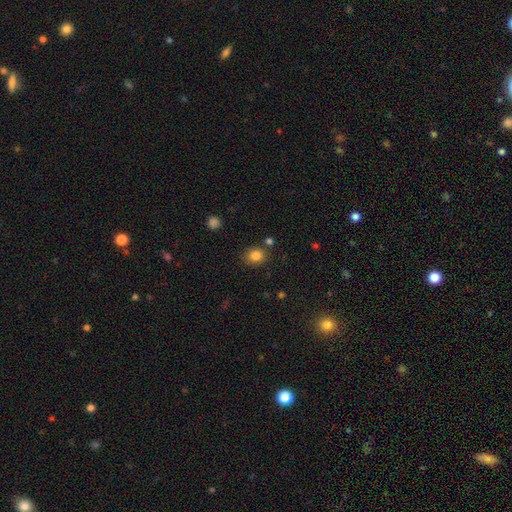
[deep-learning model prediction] Smooth or featured: smooth — 84% (star or artifact — 11%)
How rounded: round — 61% (in between — 38%)
Merging: none — 80% (minor disturbance — 11%)